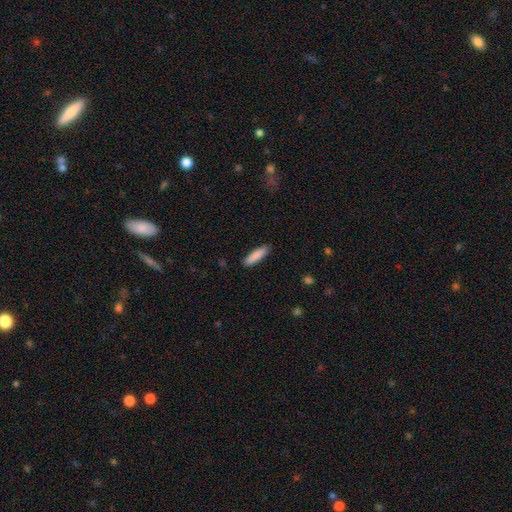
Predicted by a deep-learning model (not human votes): Smooth or featured? smooth (88%)
How rounded? cigar-shaped (75%)
Merging? none (89%)